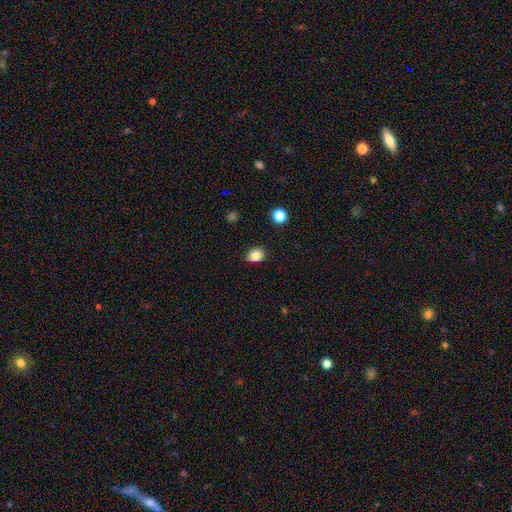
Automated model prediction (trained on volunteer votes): Smooth or featured? Predicted: smooth (p=0.84). How rounded? Predicted: in between (p=0.52). Merging? Predicted: none (p=0.88).